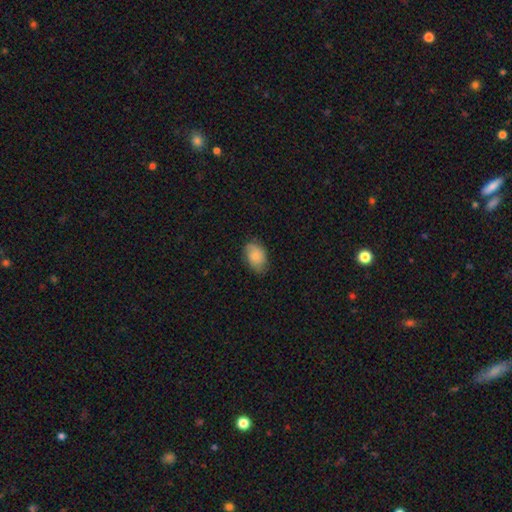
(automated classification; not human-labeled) Smooth or featured: smooth — 77% (featured or disk — 16%)
How rounded: in between — 86% (round — 13%)
Merging: none — 71% (minor disturbance — 23%)